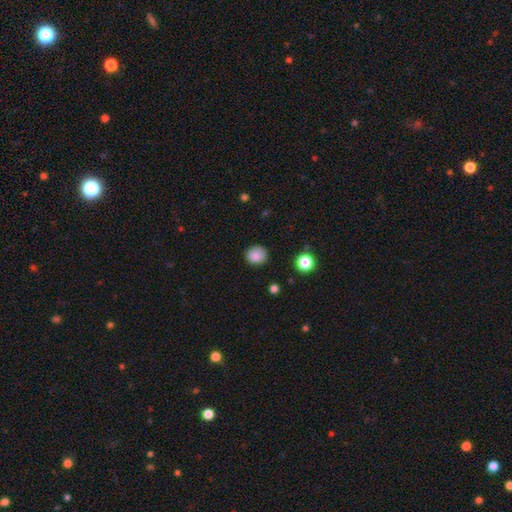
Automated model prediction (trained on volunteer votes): A smooth galaxy with no disk features (86%) that is round (81%).

Vote fractions:
- Smooth or featured? smooth: 86% / star or artifact: 10% / featured or disk: 5%
- How rounded? round: 81% / in between: 18% / cigar-shaped: 1%
- Merging? none: 86% / minor disturbance: 11% / major disturbance: 3% / merger: 1%